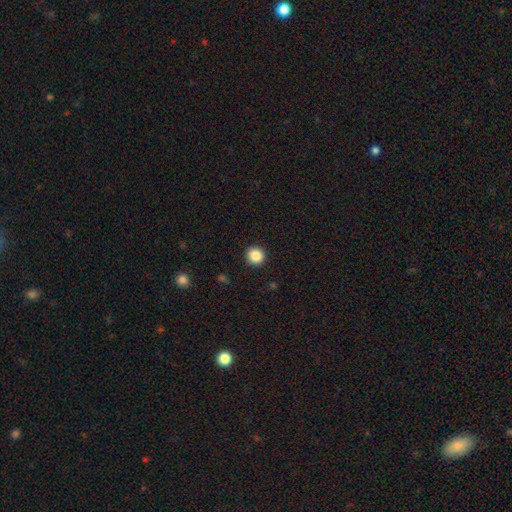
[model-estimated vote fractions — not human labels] smooth_or_featured: smooth (p=0.86) [alt: star or artifact p=0.10]
how_rounded: round (p=0.94) [alt: in between p=0.05]
merging: none (p=0.92) [alt: minor disturbance p=0.05]